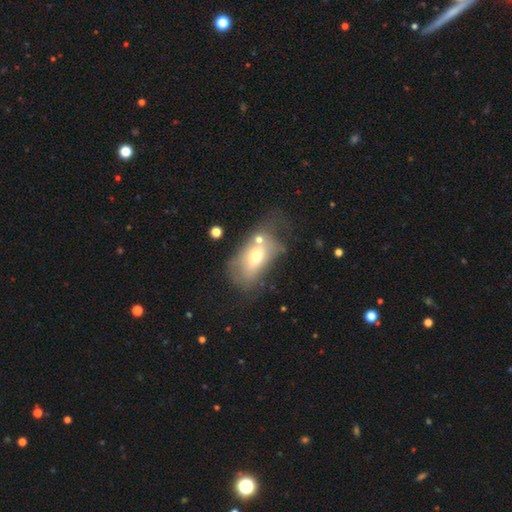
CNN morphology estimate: type=smooth (54%); roundness=in between (85%); merging=major disturbance (30%).